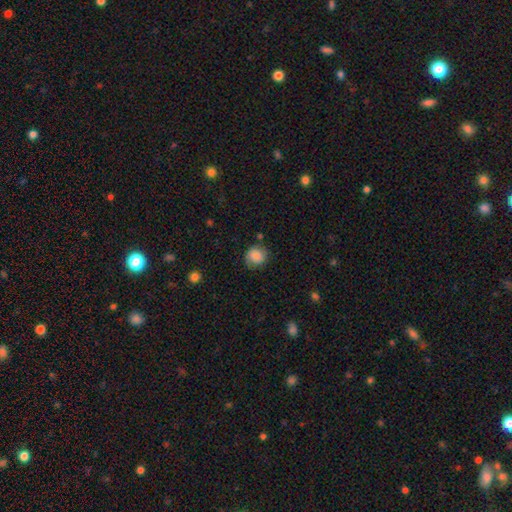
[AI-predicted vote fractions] Morphology: type=smooth (80%); roundness=round (85%); merging=none (73%).